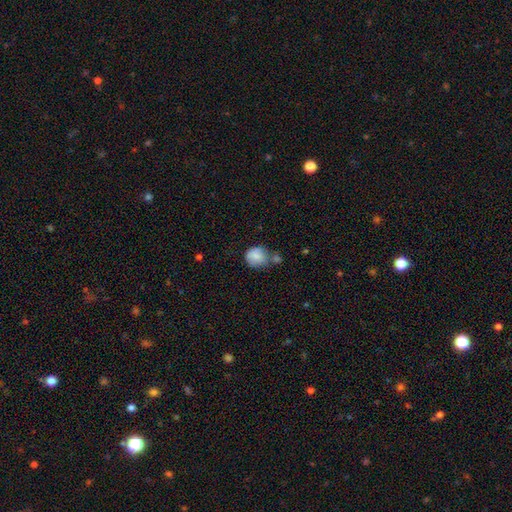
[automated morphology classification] smooth-or-featured: smooth: 83% | featured or disk: 10% | star or artifact: 8%
  how-rounded: round: 75% | in between: 24% | cigar-shaped: 1%
  merging: none: 48% | minor disturbance: 23% | merger: 21% | major disturbance: 7%